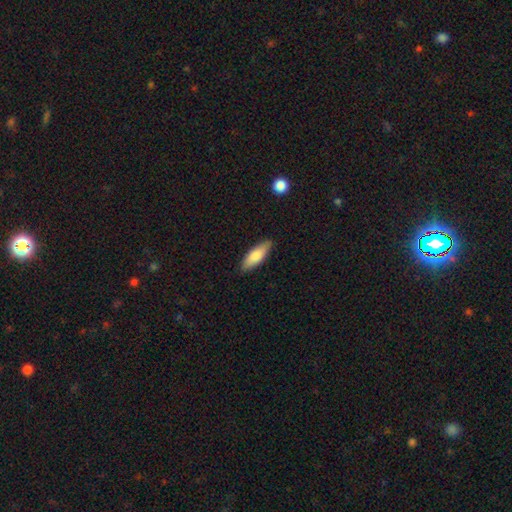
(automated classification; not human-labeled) Smooth or featured: smooth — 75% (featured or disk — 19%)
How rounded: in between — 57% (cigar-shaped — 41%)
Merging: none — 87% (minor disturbance — 10%)